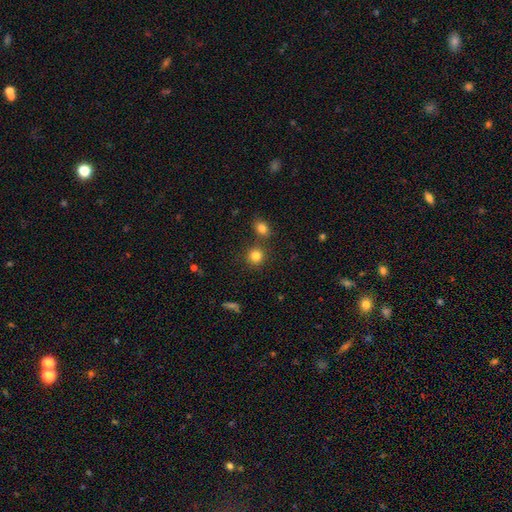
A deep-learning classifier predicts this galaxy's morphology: type=smooth (82%); roundness=round (89%); merging=none (78%).